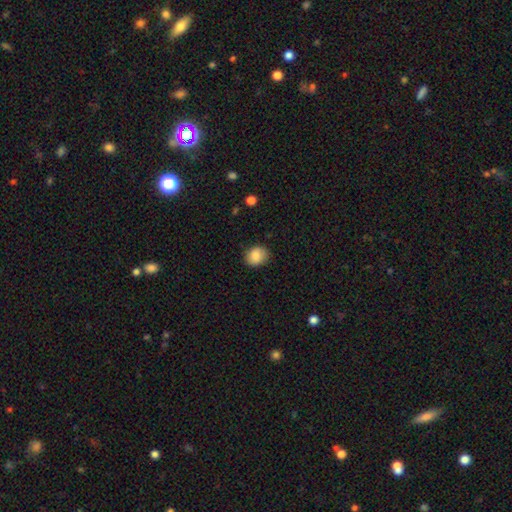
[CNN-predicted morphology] This is clearly a smooth galaxy (85%). How rounded: likely round (62%). Merging: clearly none (83%).